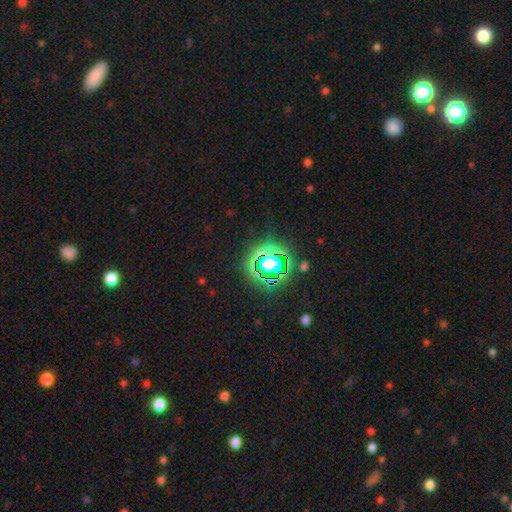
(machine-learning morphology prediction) The model was most divided on "smooth or featured": star or artifact: 73%, smooth: 18%, featured or disk: 10%.